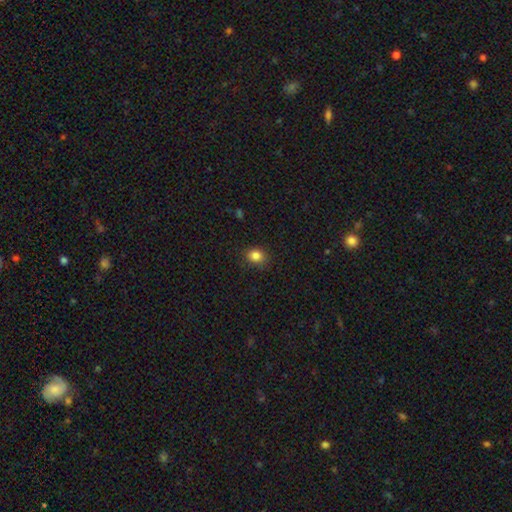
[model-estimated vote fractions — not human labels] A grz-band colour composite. It shows a smooth galaxy with no disk features (84%) that is round (53%). Merging: none (84%).